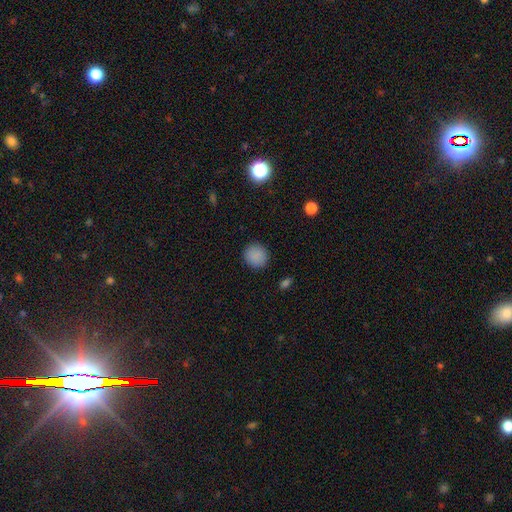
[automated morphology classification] smooth_or_featured: smooth (p=0.87) [alt: star or artifact p=0.10]
how_rounded: round (p=0.91) [alt: in between p=0.08]
merging: none (p=0.90) [alt: minor disturbance p=0.07]